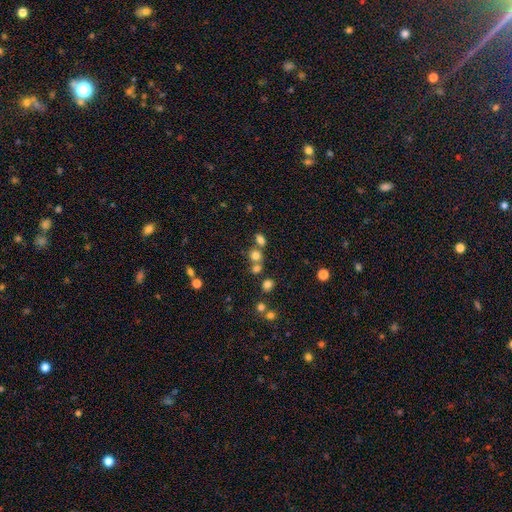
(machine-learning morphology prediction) A smooth galaxy with no disk features (72%) that is round (71%). Merging: none (52%).